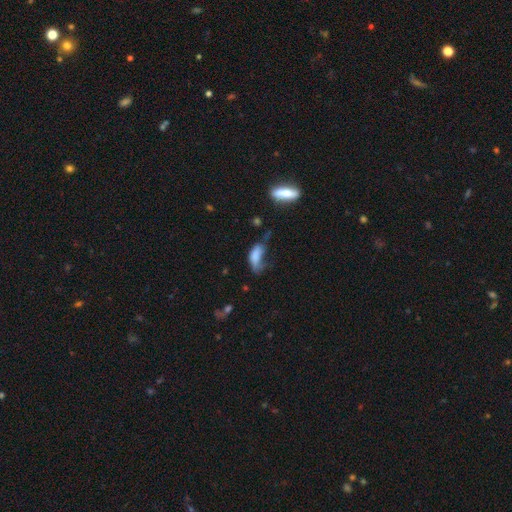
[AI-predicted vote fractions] Q: Smooth or featured?
A: smooth (71%); runner-up: featured or disk (19%)
Q: How rounded?
A: in between (80%); runner-up: cigar-shaped (17%)
Q: Merging?
A: major disturbance (38%); runner-up: minor disturbance (31%)